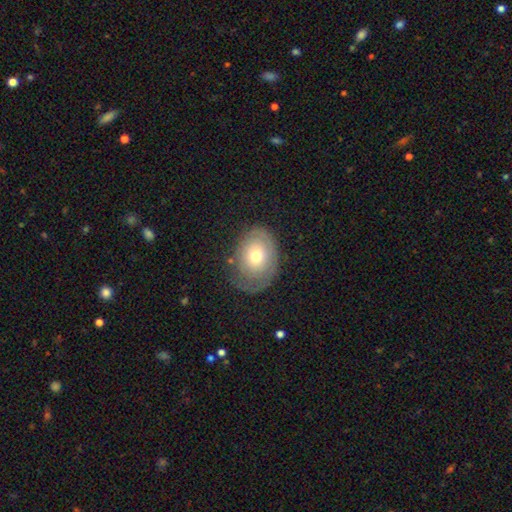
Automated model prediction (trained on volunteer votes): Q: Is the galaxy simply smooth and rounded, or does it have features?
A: smooth — 57%.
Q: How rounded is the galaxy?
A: in between — 64%.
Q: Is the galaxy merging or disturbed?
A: none — 60%.